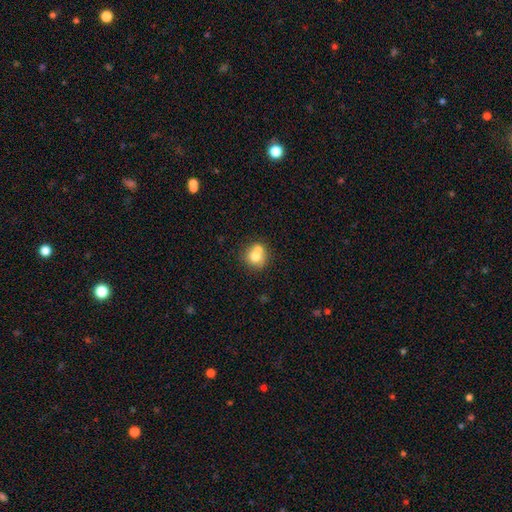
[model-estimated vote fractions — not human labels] A smooth galaxy with no disk features (71%) that is round (84%).

Vote fractions:
- Smooth or featured? smooth: 71% / featured or disk: 20% / star or artifact: 10%
- How rounded? round: 84% / in between: 15% / cigar-shaped: 1%
- Merging? merger: 44% (tied) / none: 44% (tied) / minor disturbance: 9% / major disturbance: 3%